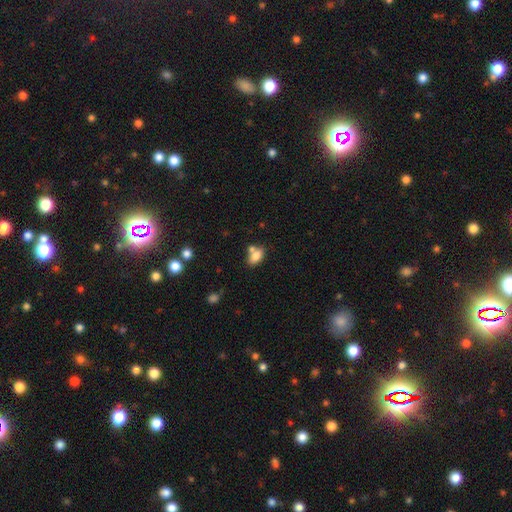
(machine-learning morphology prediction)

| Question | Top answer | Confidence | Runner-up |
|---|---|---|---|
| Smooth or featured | smooth | 79% | featured or disk (12%) |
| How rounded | in between | 87% | round (10%) |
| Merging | none | 50% | merger (32%) |